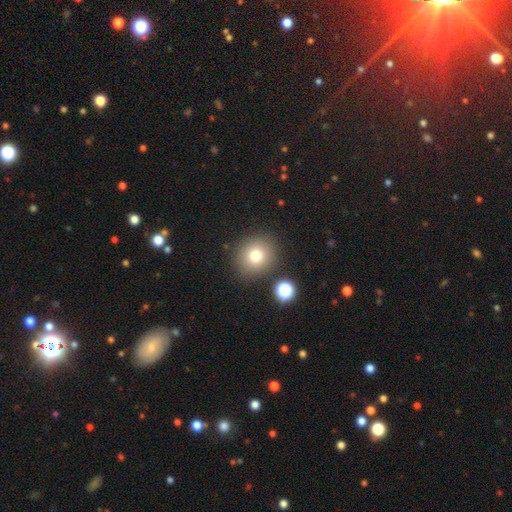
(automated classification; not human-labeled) Morphology: type=smooth (78%); roundness=round (83%); merging=none (84%).